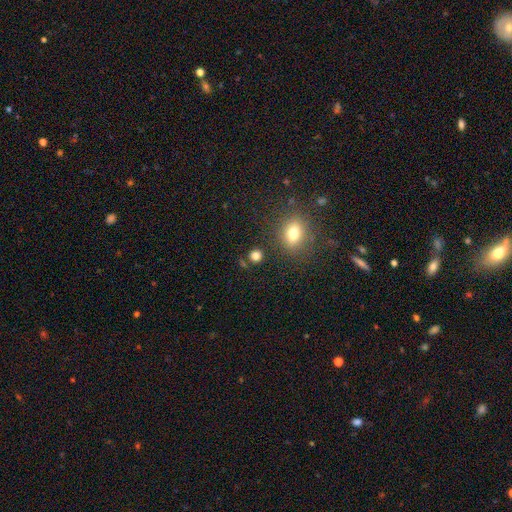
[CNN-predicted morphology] Smooth or featured? smooth (79%)
How rounded? round (86%)
Merging? none (84%)